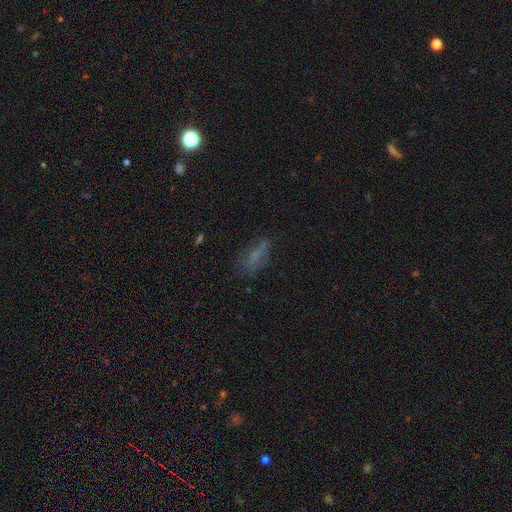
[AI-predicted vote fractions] Morphology: type=smooth (57%); roundness=in between (58%); merging=none (55%).